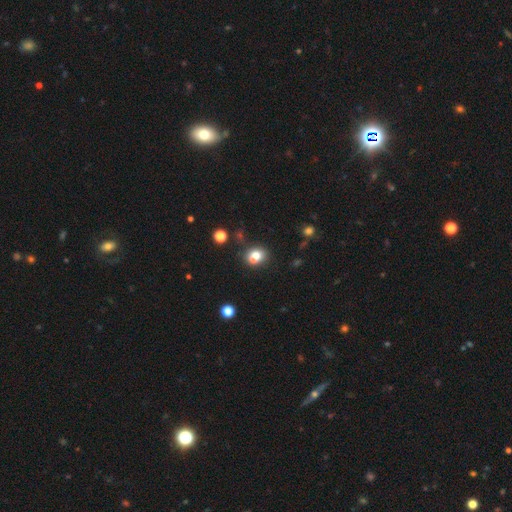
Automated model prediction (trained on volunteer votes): smooth_or_featured: smooth (p=0.75) [alt: star or artifact p=0.13]
how_rounded: round (p=0.60) [alt: in between p=0.39]
merging: none (p=0.52) [alt: merger p=0.30]